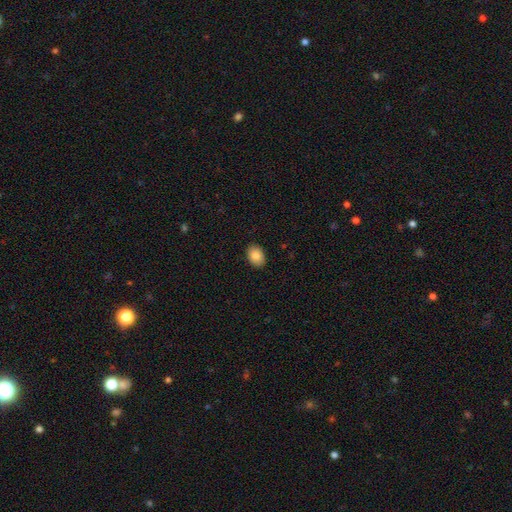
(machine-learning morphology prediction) A smooth galaxy with no disk features (87%) that is in between round and cigar-shaped (72%). Merging: none (89%).